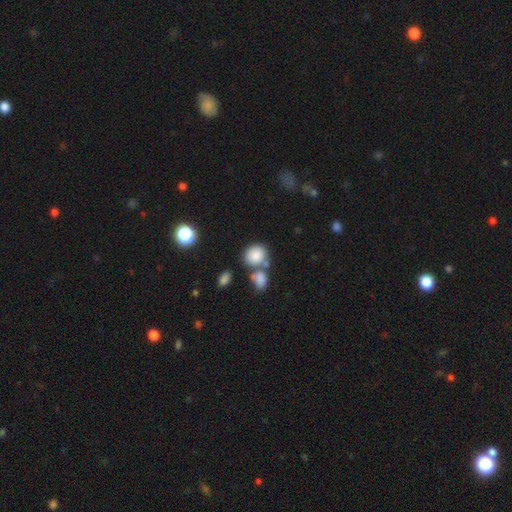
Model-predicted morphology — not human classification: Smooth or featured? Predicted: smooth (p=0.83). How rounded? Predicted: round (p=0.61). Merging? Predicted: none (p=0.46).